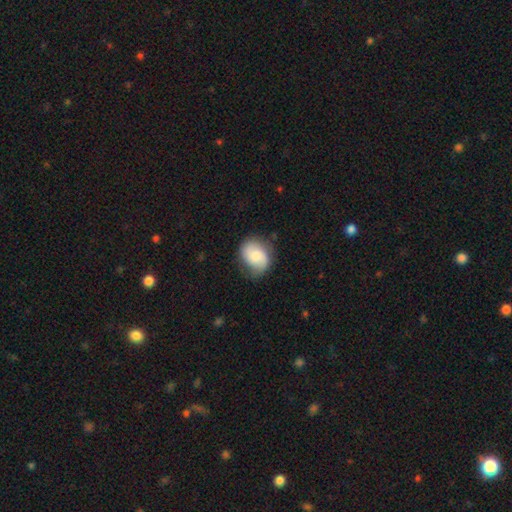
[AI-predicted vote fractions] A smooth galaxy with no disk features (57%) that is in between round and cigar-shaped (50%). Merging: none (66%).